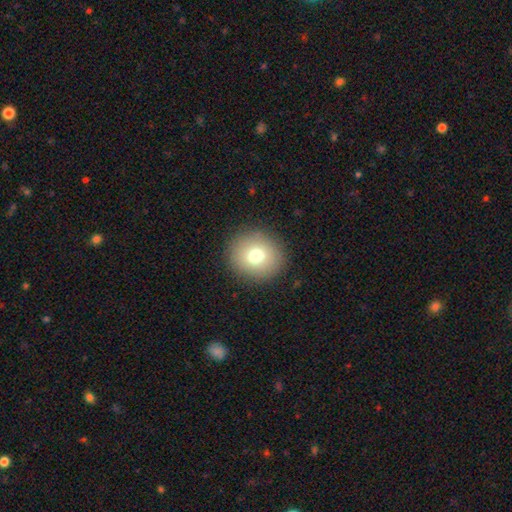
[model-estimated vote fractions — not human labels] smooth 75%, featured or disk 13%, star or artifact 12%. Down the decision tree: how rounded — round (88%); merging — none (90%).